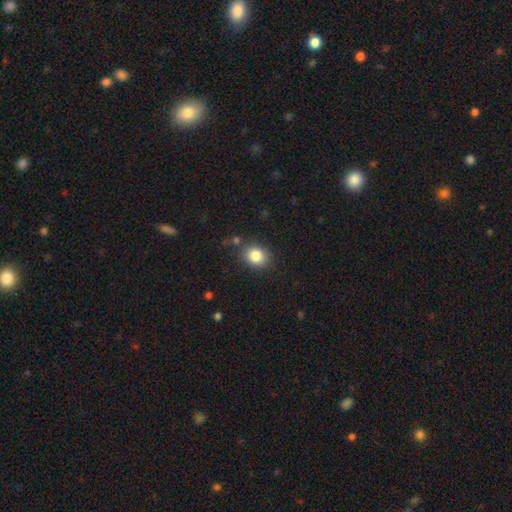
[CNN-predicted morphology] The model was most divided on "how rounded": round: 55%, in between: 44%, cigar-shaped: 1%. More confident: smooth or featured — smooth (83%); merging — none (81%).